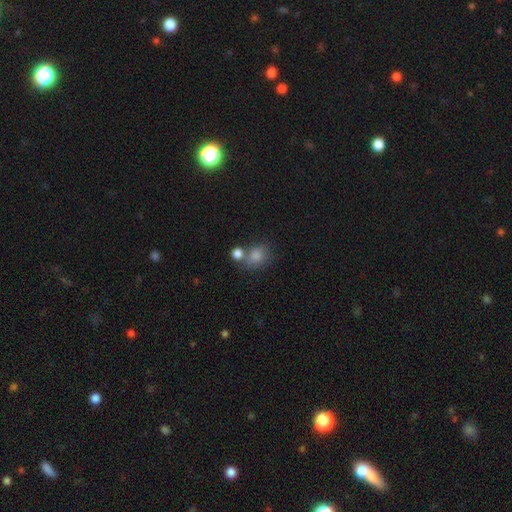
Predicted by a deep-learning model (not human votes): Q: Smooth or featured?
A: smooth (81%); runner-up: star or artifact (11%)
Q: How rounded?
A: round (55%); runner-up: in between (44%)
Q: Merging?
A: none (48%); runner-up: merger (31%)